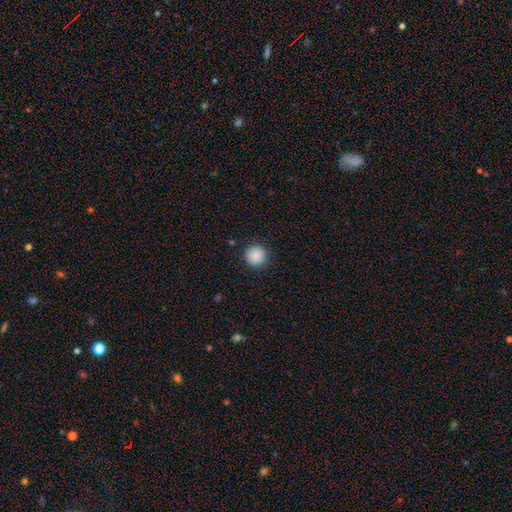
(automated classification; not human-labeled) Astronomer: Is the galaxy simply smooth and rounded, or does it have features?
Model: smooth — 89%.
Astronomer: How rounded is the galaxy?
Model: round — 96%.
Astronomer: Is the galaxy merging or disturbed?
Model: none — 92%.